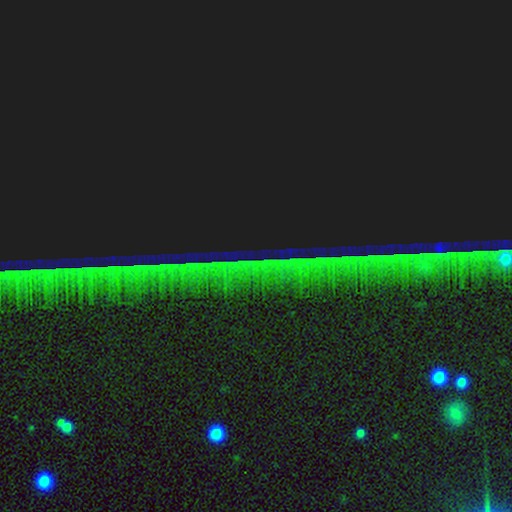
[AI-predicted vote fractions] The model was most divided on "smooth or featured": star or artifact: 87%, featured or disk: 7%, smooth: 6%.